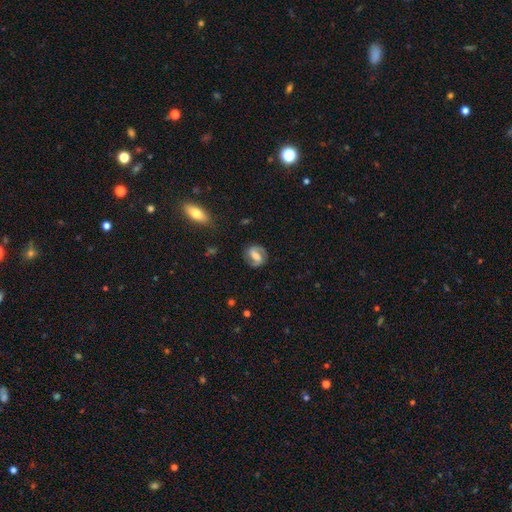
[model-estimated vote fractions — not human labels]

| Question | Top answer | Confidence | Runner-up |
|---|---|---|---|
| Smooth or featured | featured or disk | 76% | smooth (18%) |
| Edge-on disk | no | 97% | yes (3%) |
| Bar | strong | 42% | weak (41%) |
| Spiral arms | yes | 92% | no (8%) |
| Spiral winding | medium | 50% | tight (29%) |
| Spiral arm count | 2 | 91% | can't tell (4%) |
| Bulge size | moderate | 51% | small (25%) |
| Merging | none | 81% | minor disturbance (13%) |